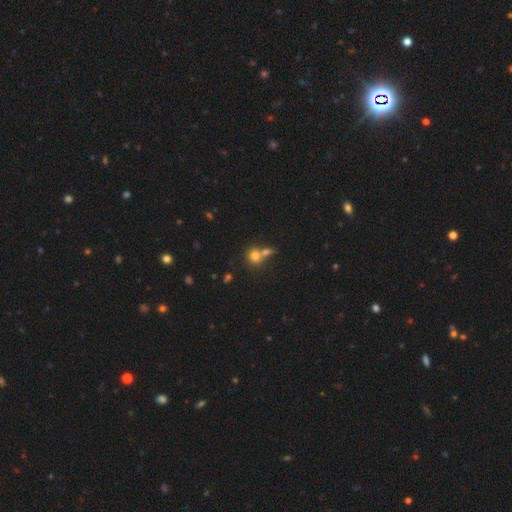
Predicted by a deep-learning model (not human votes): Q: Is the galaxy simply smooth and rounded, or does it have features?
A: smooth — 75%.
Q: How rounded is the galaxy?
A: round — 79%.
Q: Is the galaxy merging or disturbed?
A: merger — 47%.